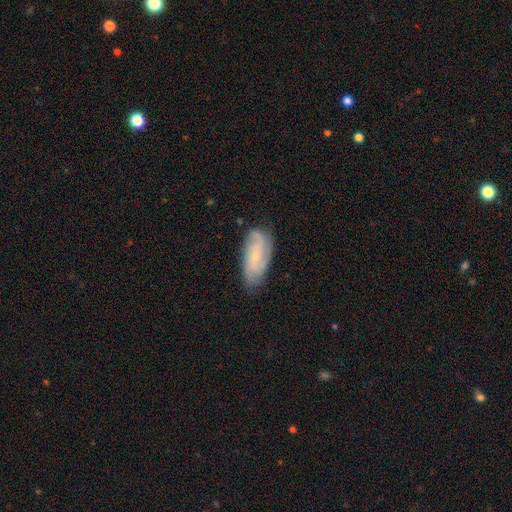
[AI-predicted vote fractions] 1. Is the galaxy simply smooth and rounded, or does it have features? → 67% featured or disk, 26% smooth, 7% star or artifact.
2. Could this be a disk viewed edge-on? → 93% no, 7% yes.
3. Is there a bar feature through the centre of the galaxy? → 63% no, 30% weak, 6% strong.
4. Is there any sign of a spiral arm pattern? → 93% yes, 7% no.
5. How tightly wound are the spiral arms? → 44% tight, 40% medium, 15% loose.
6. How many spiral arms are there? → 30% can't tell (tied), 30% 2 (tied), 24% 3, 8% 4, 4% 1, 4% more than 4.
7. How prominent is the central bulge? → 75% small, 14% moderate, 9% none, 1% large, 1% dominant.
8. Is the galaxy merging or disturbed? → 73% none, 21% minor disturbance, 5% major disturbance, 1% merger.